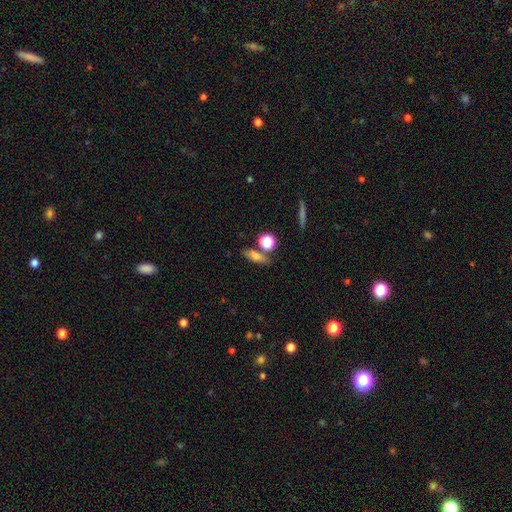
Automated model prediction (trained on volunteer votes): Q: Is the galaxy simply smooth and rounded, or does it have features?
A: smooth — 66%.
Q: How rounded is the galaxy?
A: in between — 48%.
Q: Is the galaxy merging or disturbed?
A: none — 68%.